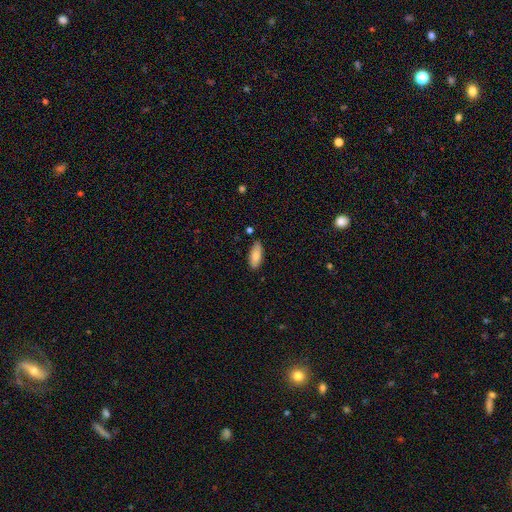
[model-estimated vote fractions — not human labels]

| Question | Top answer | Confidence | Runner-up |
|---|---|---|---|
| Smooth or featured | smooth | 82% | featured or disk (12%) |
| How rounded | in between | 76% | cigar-shaped (22%) |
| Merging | none | 83% | minor disturbance (12%) |